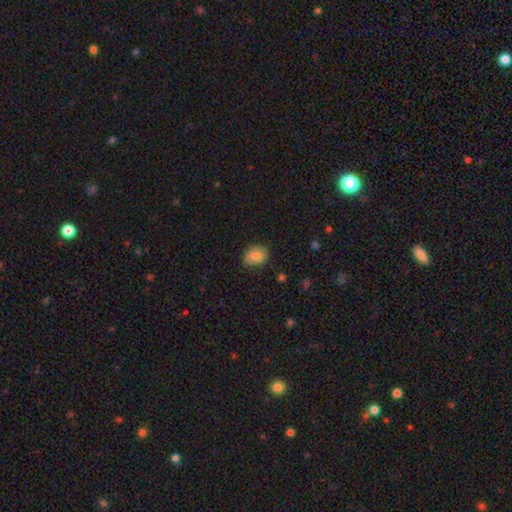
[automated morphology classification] Smooth or featured? smooth (77%)
How rounded? in between (66%)
Merging? none (77%)